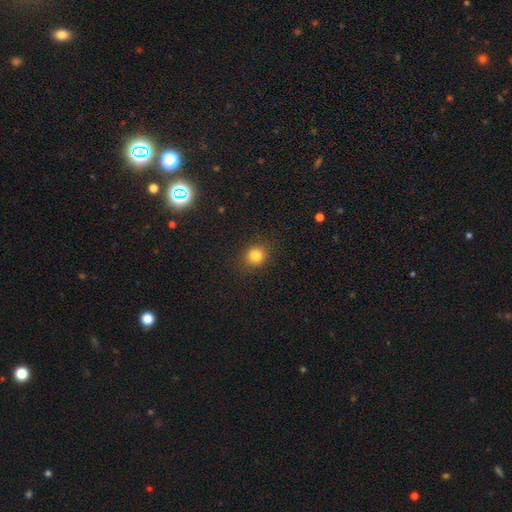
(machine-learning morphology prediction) Smooth or featured: smooth — 81% (star or artifact — 13%)
How rounded: round — 82% (in between — 17%)
Merging: none — 89% (minor disturbance — 8%)